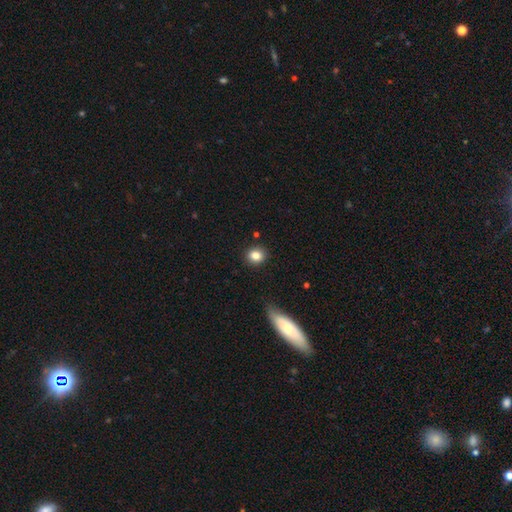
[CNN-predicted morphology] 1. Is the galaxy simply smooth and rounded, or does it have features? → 83% smooth, 10% star or artifact, 6% featured or disk.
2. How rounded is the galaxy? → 82% round, 17% in between, 1% cigar-shaped.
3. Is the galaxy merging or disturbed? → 89% none, 7% minor disturbance, 2% major disturbance, 2% merger.